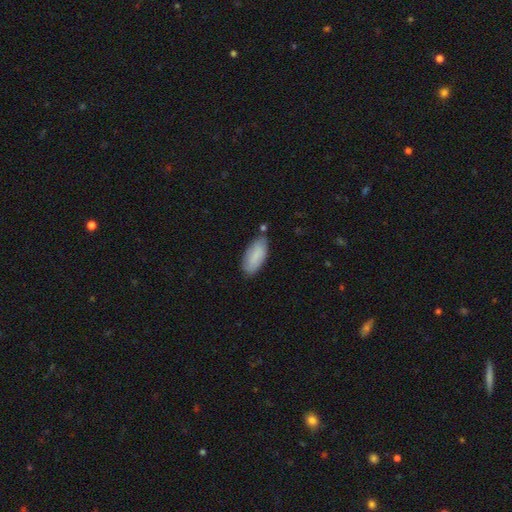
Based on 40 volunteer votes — Overall: smooth (85%). How rounded: in between (97%). Merging: none (59%; minor disturbance 35%).